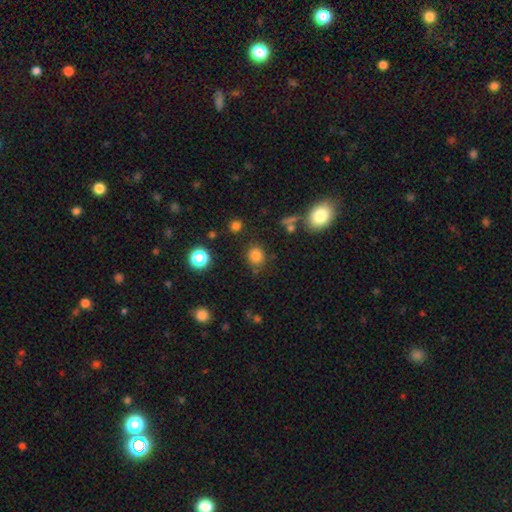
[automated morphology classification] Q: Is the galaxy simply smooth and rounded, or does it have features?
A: smooth — 81%.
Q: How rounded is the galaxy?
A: round — 73%.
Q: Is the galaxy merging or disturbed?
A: none — 79%.